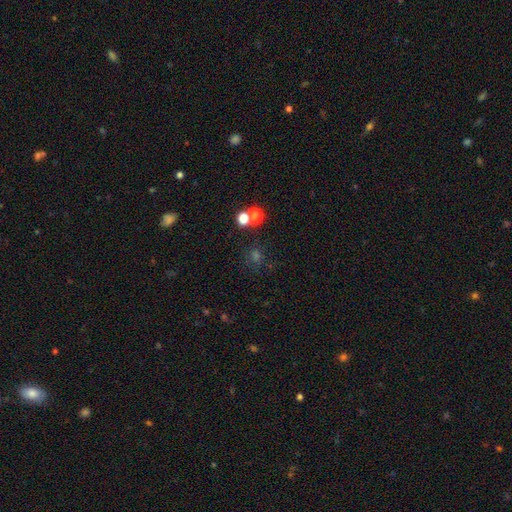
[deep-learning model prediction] This is possibly a smooth galaxy (49%). Merging: likely none (74%).